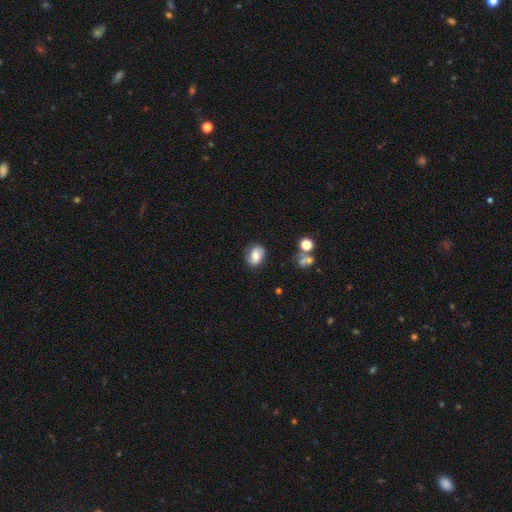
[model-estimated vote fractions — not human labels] smooth 64%, featured or disk 26%, star or artifact 10%. Down the decision tree: how rounded — in between (65%); merging — none (71%).